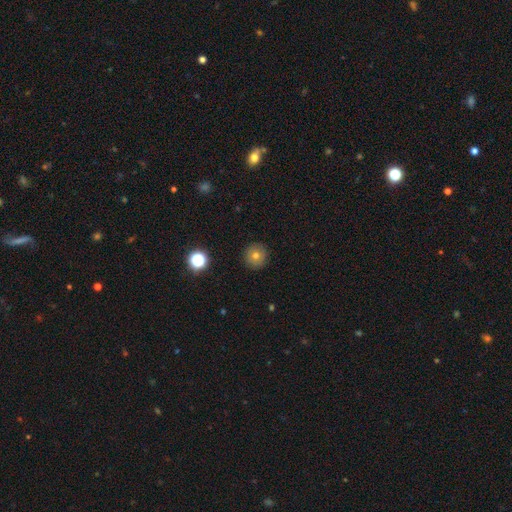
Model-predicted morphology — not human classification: This is likely a smooth galaxy (72%). How rounded: clearly round (95%). Merging: clearly none (91%).